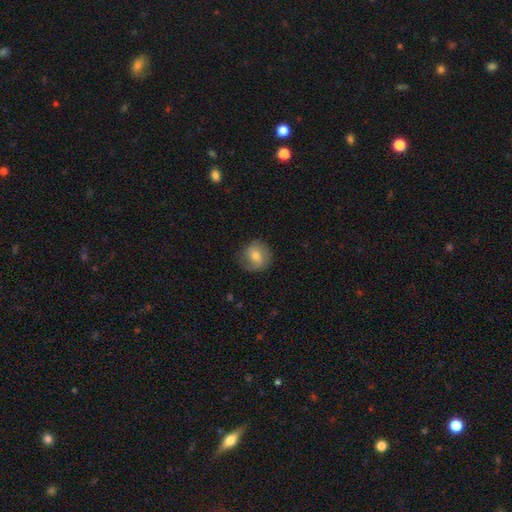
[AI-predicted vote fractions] Overall: smooth (64%; featured or disk 28%). How rounded: round (84%). Merging: none (74%).